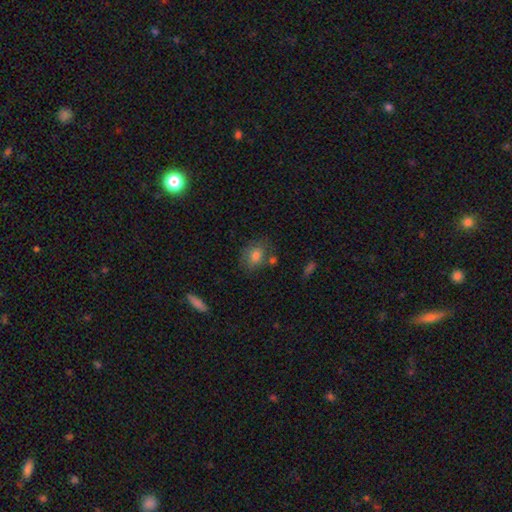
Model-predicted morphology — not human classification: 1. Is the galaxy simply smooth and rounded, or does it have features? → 75% smooth, 15% featured or disk, 10% star or artifact.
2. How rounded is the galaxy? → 52% in between, 47% round, 1% cigar-shaped.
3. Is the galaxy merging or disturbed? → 65% none, 19% minor disturbance, 10% merger, 7% major disturbance.